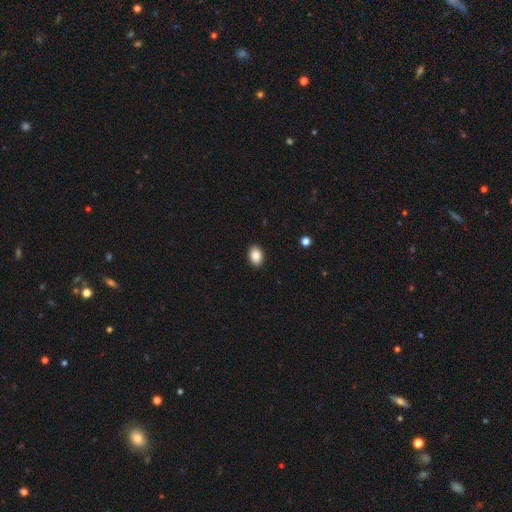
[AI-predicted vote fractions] Smooth or featured? smooth (86%)
How rounded? in between (79%)
Merging? none (91%)